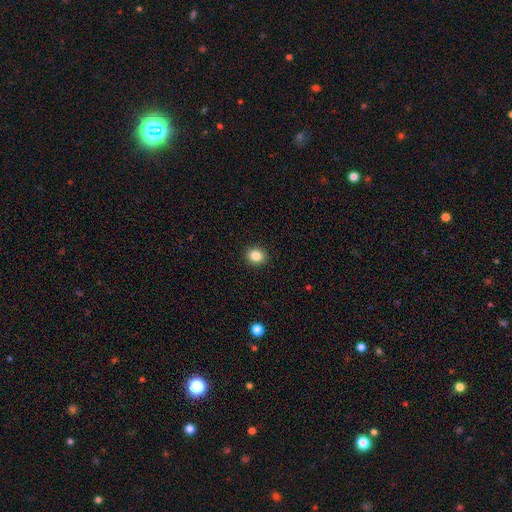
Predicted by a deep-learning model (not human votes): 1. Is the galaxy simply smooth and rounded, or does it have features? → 85% smooth, 10% star or artifact, 4% featured or disk.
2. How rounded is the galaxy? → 72% round, 27% in between, 1% cigar-shaped.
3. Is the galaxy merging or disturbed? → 92% none, 5% minor disturbance, 2% major disturbance, 1% merger.